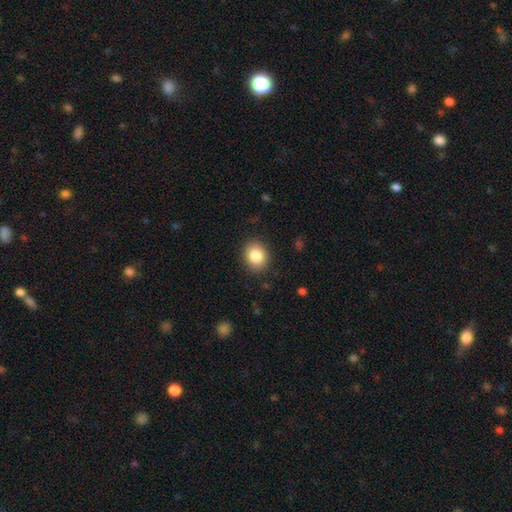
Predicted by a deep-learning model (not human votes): smooth-or-featured: smooth: 84% | star or artifact: 9% | featured or disk: 7%
  how-rounded: round: 58% | in between: 41% | cigar-shaped: 1%
  merging: none: 88% | minor disturbance: 8% | major disturbance: 2% | merger: 1%